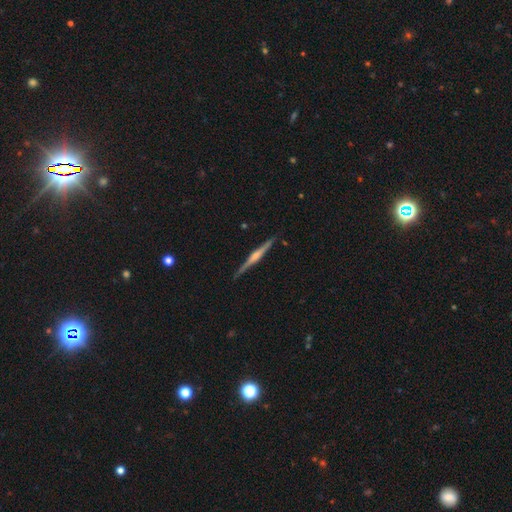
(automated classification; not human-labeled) featured or disk 78%, smooth 17%, star or artifact 5%. Down the decision tree: edge-on disk — yes (98%); edge-on bulge — rounded (71%); merging — none (89%).